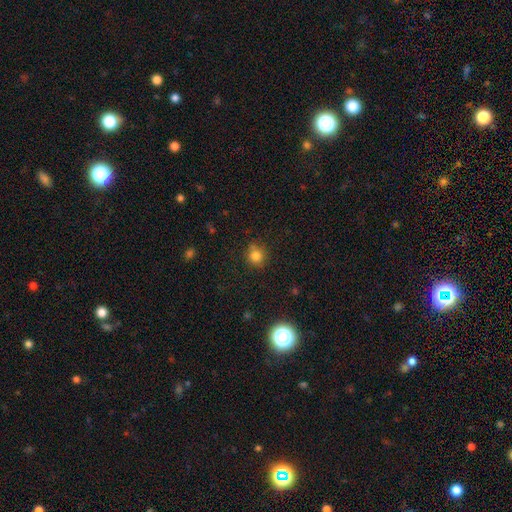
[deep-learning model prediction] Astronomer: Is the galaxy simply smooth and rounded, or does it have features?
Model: smooth — 81%.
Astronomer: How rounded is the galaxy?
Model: round — 86%.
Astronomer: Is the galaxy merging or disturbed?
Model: none — 75%.